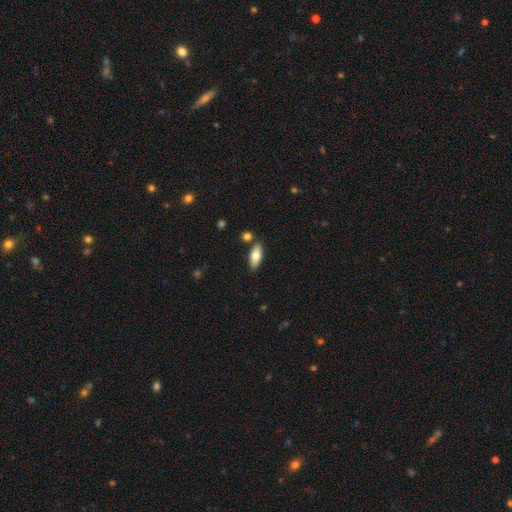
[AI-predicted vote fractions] Smooth or featured?
  - smooth: 71% *
  - featured or disk: 22%
  - star or artifact: 6%
How rounded?
  - in between: 77% *
  - cigar-shaped: 21%
  - round: 3%
Merging?
  - none: 82% *
  - minor disturbance: 10%
  - merger: 6%
  - major disturbance: 2%